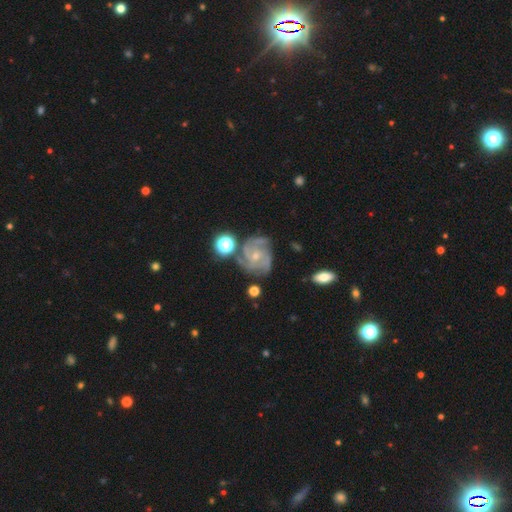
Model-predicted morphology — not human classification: This appears to be a featured or disk galaxy (85%) with no bar (69%), 3 (40%) tight (57%) spiral arms (97%) and a small central bulge (70%). Merging: none (68%).